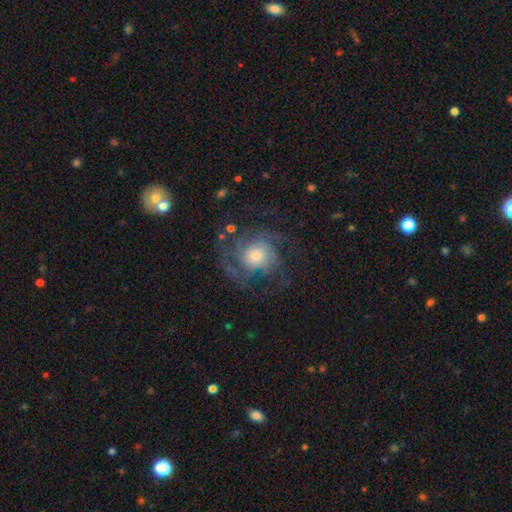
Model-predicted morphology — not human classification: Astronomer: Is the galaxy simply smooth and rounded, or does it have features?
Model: featured or disk — 79%.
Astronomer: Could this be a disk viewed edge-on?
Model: no — 98%.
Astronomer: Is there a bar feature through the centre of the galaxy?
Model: no — 79%.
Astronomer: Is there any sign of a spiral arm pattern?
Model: yes — 93%.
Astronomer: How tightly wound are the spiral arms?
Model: tight — 45% (runner-up: medium, 40%).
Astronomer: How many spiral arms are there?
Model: can't tell — 28% (runner-up: 3, 26%).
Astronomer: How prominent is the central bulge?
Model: moderate — 48% (runner-up: small, 26%).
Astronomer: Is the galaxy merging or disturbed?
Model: none — 66%.